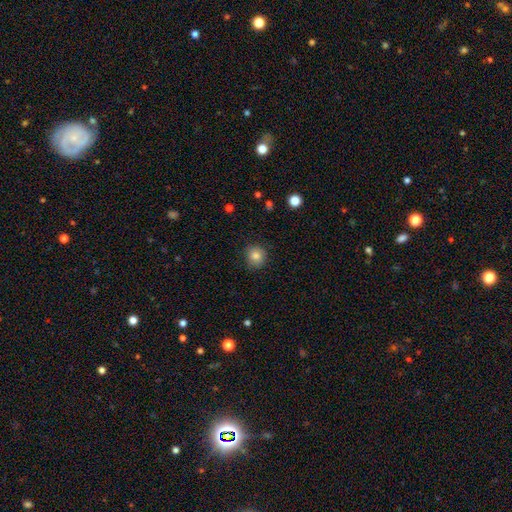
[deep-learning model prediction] Smooth or featured?
  - smooth: 84% *
  - star or artifact: 10%
  - featured or disk: 6%
How rounded?
  - round: 89% *
  - in between: 10%
  - cigar-shaped: 1%
Merging?
  - none: 85% *
  - minor disturbance: 11%
  - major disturbance: 2%
  - merger: 1%